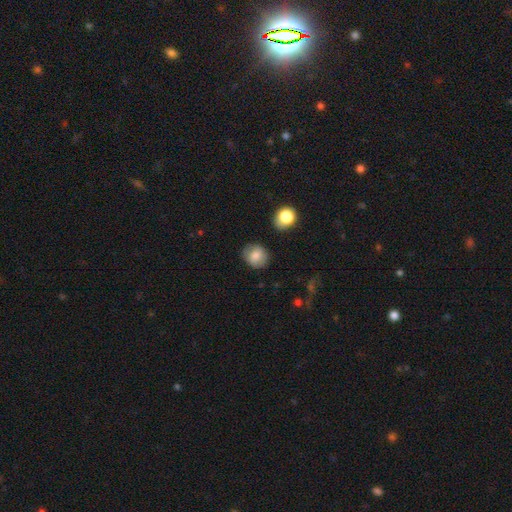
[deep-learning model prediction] A smooth galaxy with no disk features (78%) that is round (78%).

Vote fractions:
- Smooth or featured? smooth: 78% / featured or disk: 13% / star or artifact: 9%
- How rounded? round: 78% / in between: 21% / cigar-shaped: 1%
- Merging? none: 84% / minor disturbance: 11% / major disturbance: 3% / merger: 2%